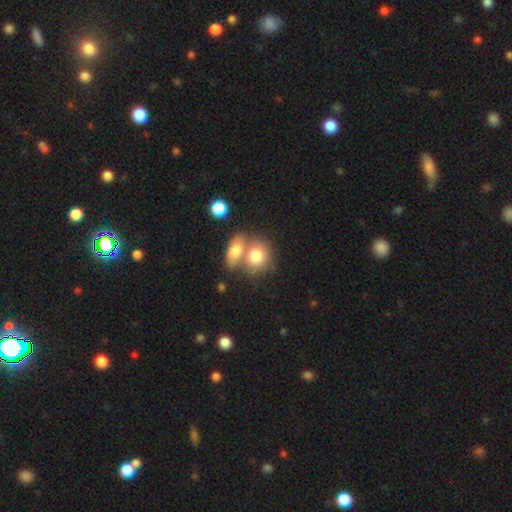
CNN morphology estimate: smooth-or-featured: smooth: 78% | featured or disk: 14% | star or artifact: 8%
  how-rounded: round: 56% | in between: 42% | cigar-shaped: 2%
  merging: merger: 53% | none: 34% | minor disturbance: 9% | major disturbance: 4%